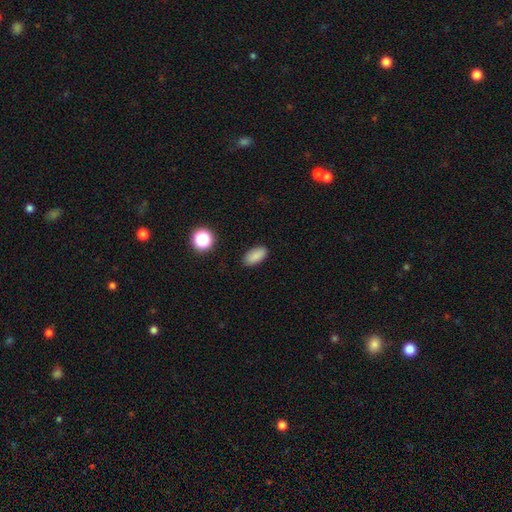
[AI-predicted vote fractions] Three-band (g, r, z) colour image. It shows a smooth galaxy with no disk features (86%) that is in between round and cigar-shaped (91%). Merging: none (89%).